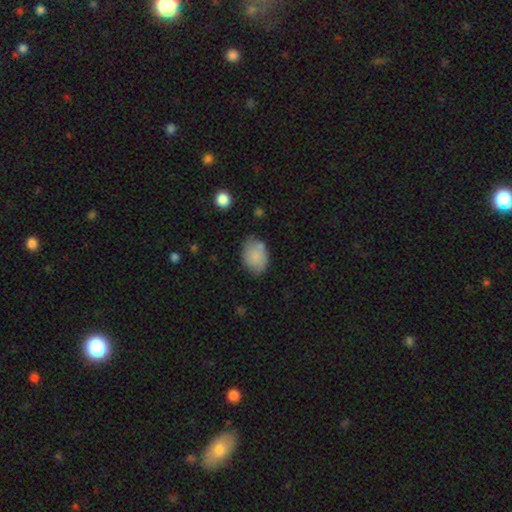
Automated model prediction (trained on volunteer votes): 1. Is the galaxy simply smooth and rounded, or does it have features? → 78% smooth, 15% featured or disk, 7% star or artifact.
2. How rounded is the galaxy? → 77% in between, 22% round, 1% cigar-shaped.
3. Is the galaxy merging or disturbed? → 63% none, 26% minor disturbance, 7% major disturbance, 5% merger.